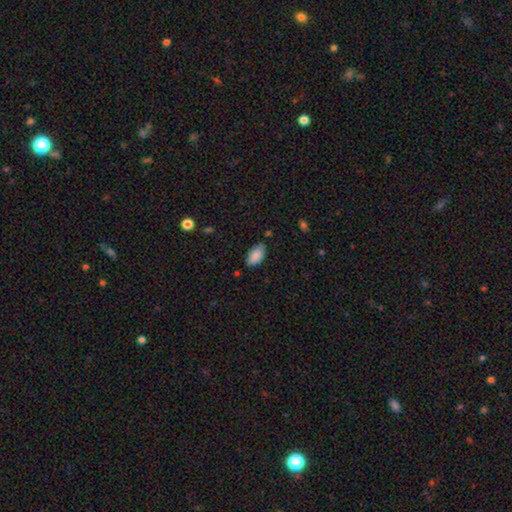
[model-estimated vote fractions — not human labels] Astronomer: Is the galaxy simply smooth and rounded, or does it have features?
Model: smooth — 87%.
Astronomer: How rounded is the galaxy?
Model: in between — 94%.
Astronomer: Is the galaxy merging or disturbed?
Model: none — 78%.